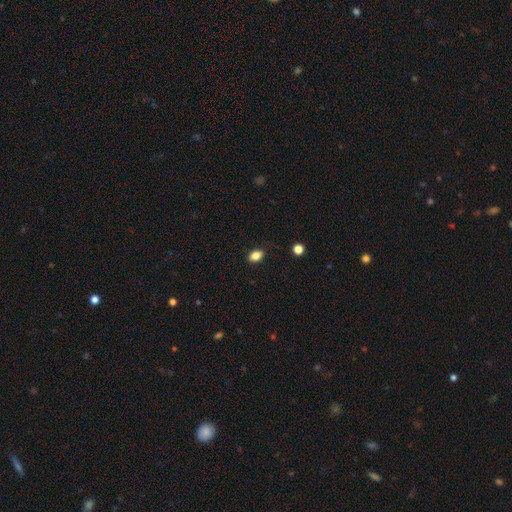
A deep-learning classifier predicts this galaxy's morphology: This is clearly a smooth galaxy (85%). How rounded: clearly in between (81%). Merging: clearly none (85%).